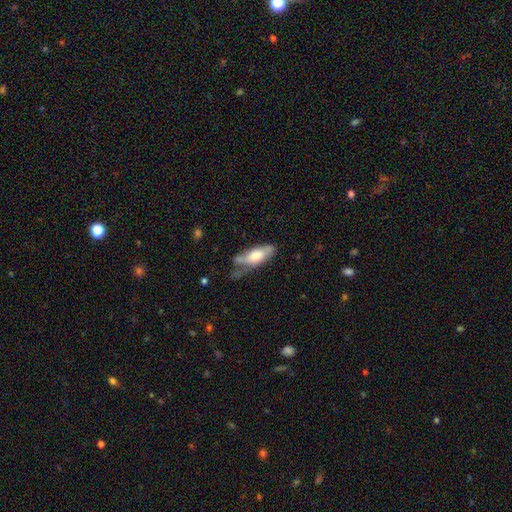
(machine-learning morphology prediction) Smooth or featured: smooth — 60% (featured or disk — 34%)
How rounded: in between — 68% (cigar-shaped — 30%)
Merging: none — 36% (minor disturbance — 34%)